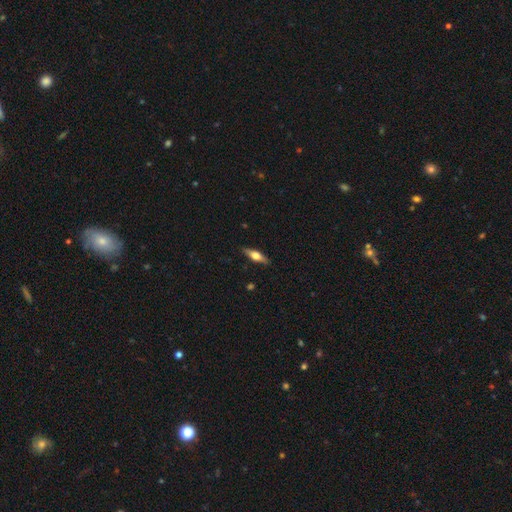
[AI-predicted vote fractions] smooth-or-featured: featured or disk: 56% | smooth: 38% | star or artifact: 6%
  disk-edge-on: yes: 94% | no: 6%
    edge-on-bulge: rounded: 93% | boxy: 5% | none: 2%
  merging: none: 88% | minor disturbance: 9% | major disturbance: 2% | merger: 1%